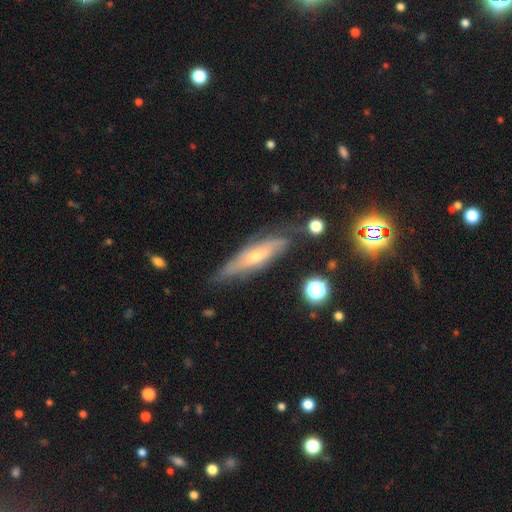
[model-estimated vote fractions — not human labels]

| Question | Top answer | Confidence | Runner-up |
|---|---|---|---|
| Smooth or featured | featured or disk | 61% | smooth (32%) |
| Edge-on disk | yes | 62% | no (38%) |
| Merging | none | 67% | minor disturbance (23%) |